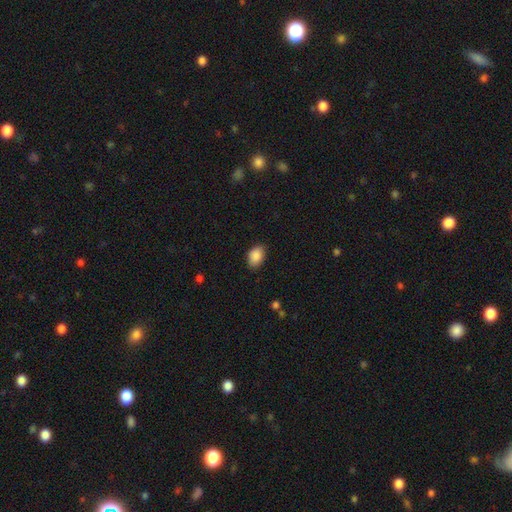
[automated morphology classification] Smooth or featured? smooth (89%)
How rounded? in between (83%)
Merging? none (82%)